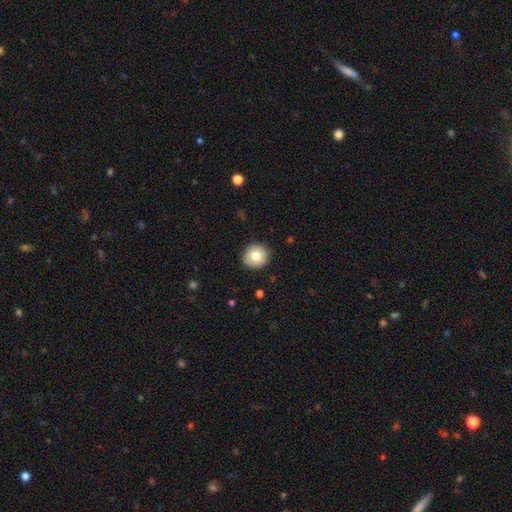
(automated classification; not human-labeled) smooth 79%, featured or disk 13%, star or artifact 8%. Down the decision tree: how rounded — round (94%); merging — none (91%).